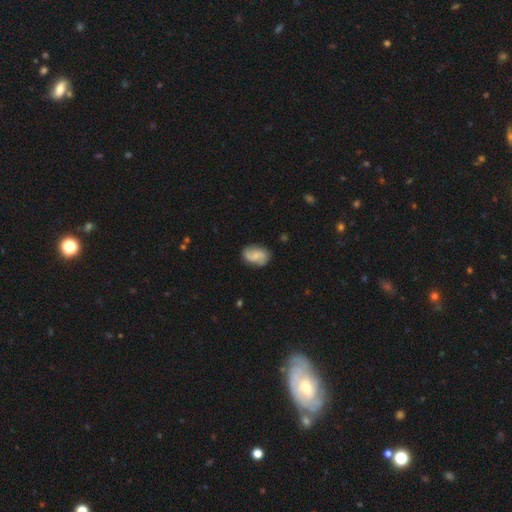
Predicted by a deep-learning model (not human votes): smooth 48%, featured or disk 44%, star or artifact 7%. Down the decision tree: merging — none (75%).